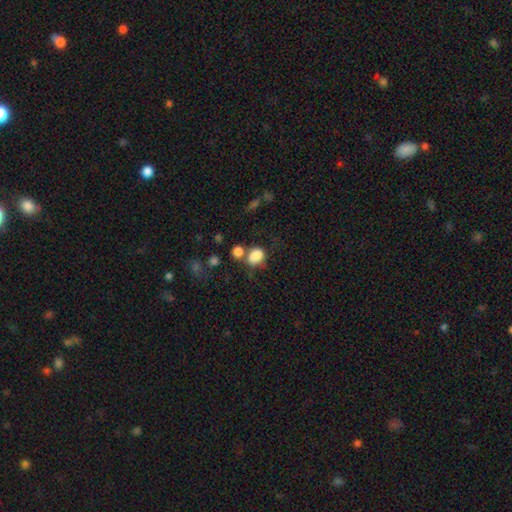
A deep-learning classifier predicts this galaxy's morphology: Smooth or featured? Predicted: smooth (p=0.81). How rounded? Predicted: in between (p=0.59). Merging? Predicted: none (p=0.40).